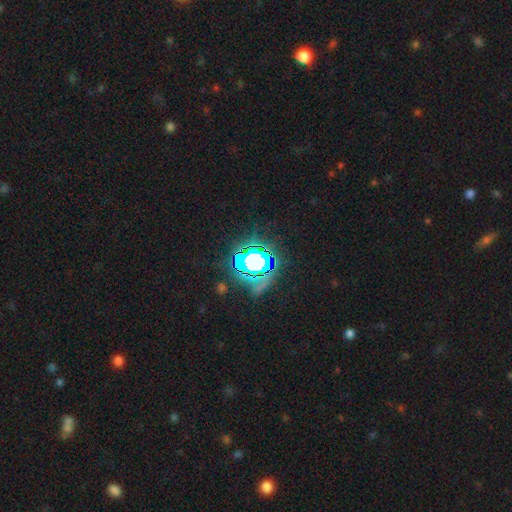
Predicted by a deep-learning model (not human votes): smooth_or_featured: star or artifact (p=0.75) [alt: smooth p=0.14]